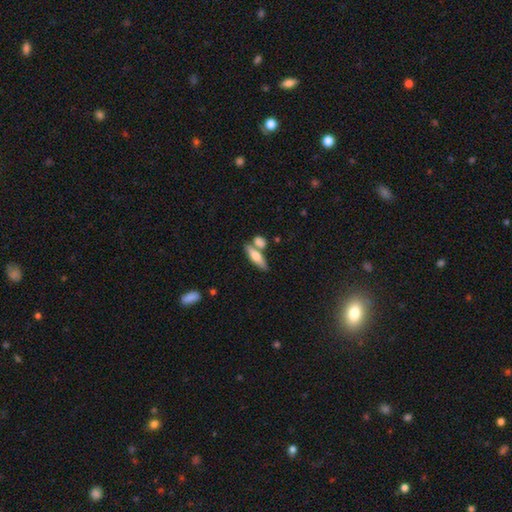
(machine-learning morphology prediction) smooth_or_featured: smooth (p=0.64) [alt: featured or disk p=0.29]
how_rounded: cigar-shaped (p=0.54) [alt: in between p=0.42]
merging: none (p=0.58) [alt: merger p=0.27]